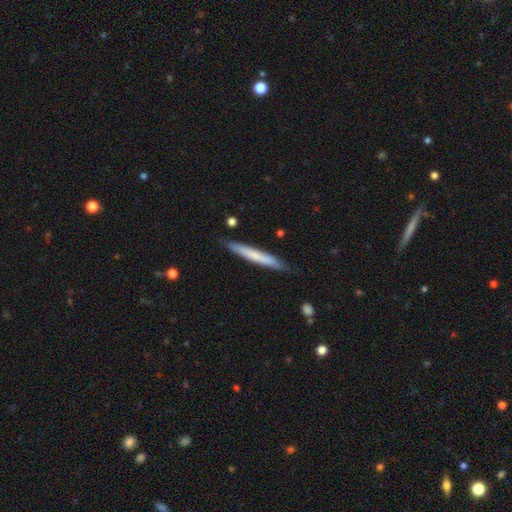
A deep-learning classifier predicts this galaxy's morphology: The model was most divided on "smooth or featured": smooth: 60%, featured or disk: 34%, star or artifact: 5%. More confident: how rounded — cigar-shaped (96%); merging — none (84%).